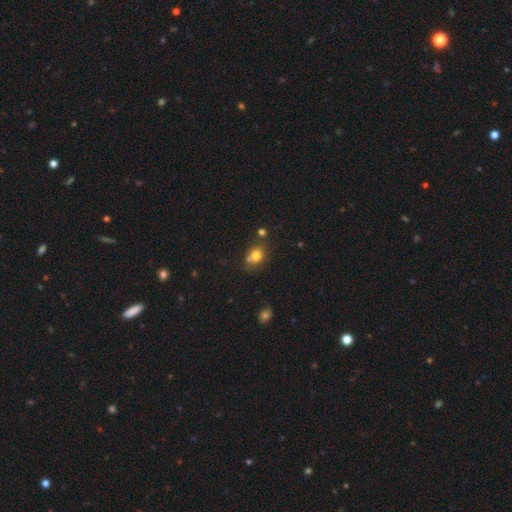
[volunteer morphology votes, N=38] Smooth or featured?
  - smooth: 82% *
  - featured or disk: 13%
  - star or artifact: 5%
How rounded?
  - round: 65% *
  - in between: 35%
  - cigar-shaped: 0%
Merging?
  - none: 61% *
  - minor disturbance: 19%
  - merger: 17%
  - major disturbance: 3%